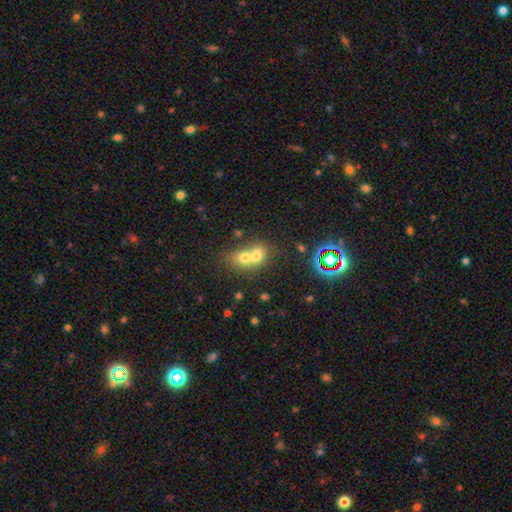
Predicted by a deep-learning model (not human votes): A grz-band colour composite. It shows a smooth galaxy with no disk features (62%) that is round (55%). Merging: merger (70%).